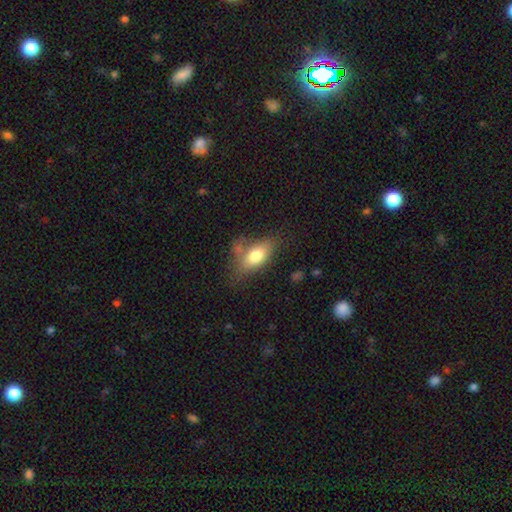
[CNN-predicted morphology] This is likely a smooth galaxy (73%). How rounded: clearly in between (85%). Merging: possibly none (56%).